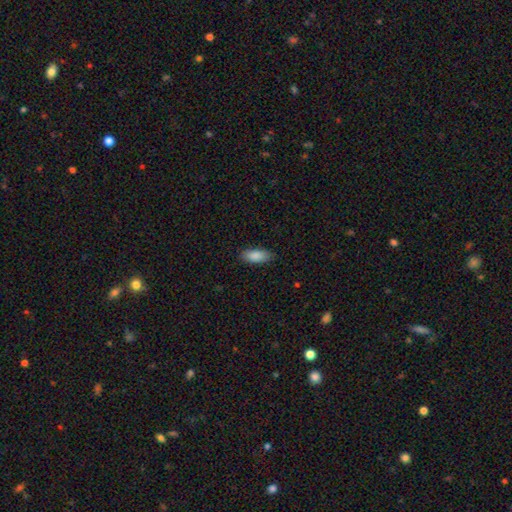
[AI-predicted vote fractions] smooth_or_featured: smooth (p=0.87) [alt: featured or disk p=0.06]
how_rounded: in between (p=0.81) [alt: cigar-shaped p=0.17]
merging: none (p=0.86) [alt: minor disturbance p=0.11]